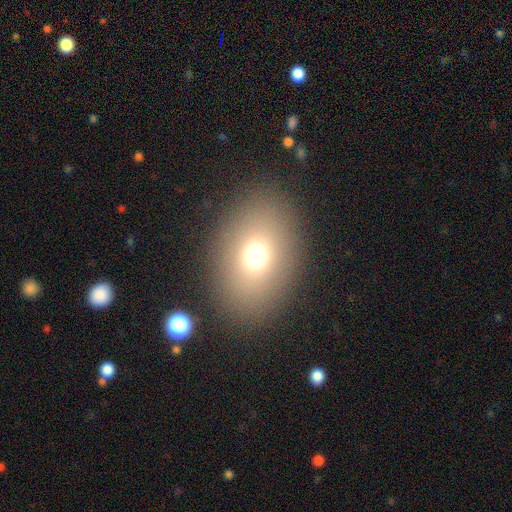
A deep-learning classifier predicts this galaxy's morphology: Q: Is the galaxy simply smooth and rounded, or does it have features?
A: smooth — 70%.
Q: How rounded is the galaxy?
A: in between — 71%.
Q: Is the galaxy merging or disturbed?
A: none — 86%.